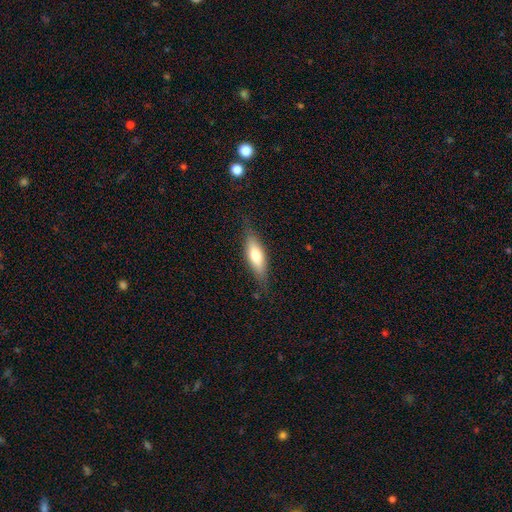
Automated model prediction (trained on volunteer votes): Overall: smooth (65%; featured or disk 29%). How rounded: in between (55%; cigar-shaped 43%). Merging: none (78%).